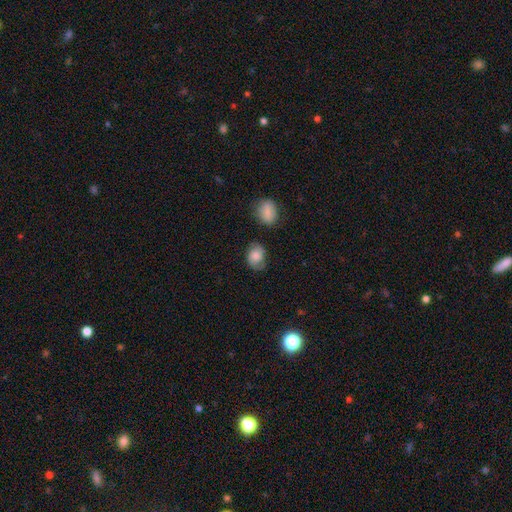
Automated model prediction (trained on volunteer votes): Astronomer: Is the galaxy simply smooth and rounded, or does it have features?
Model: smooth — 69%.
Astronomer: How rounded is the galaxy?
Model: in between — 59% (runner-up: round, 40%).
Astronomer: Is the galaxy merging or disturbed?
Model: none — 62%.